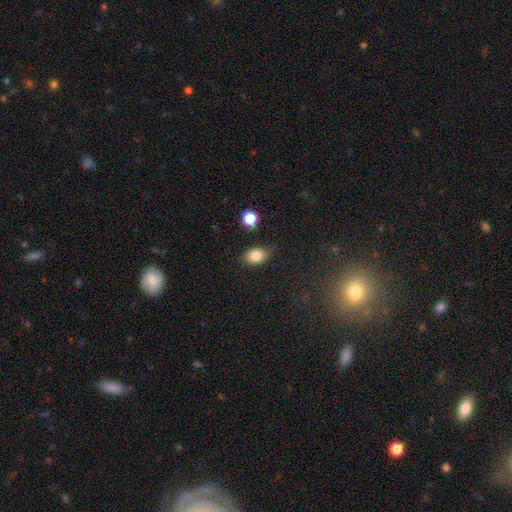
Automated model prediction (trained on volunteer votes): smooth 84%, star or artifact 9%, featured or disk 7%. Down the decision tree: how rounded — in between (73%); merging — none (75%).